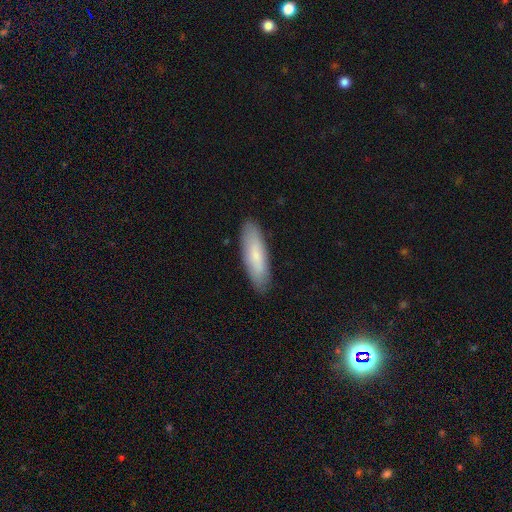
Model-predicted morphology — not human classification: Overall: smooth (76%). How rounded: cigar-shaped (56%; in between 42%). Merging: none (88%).